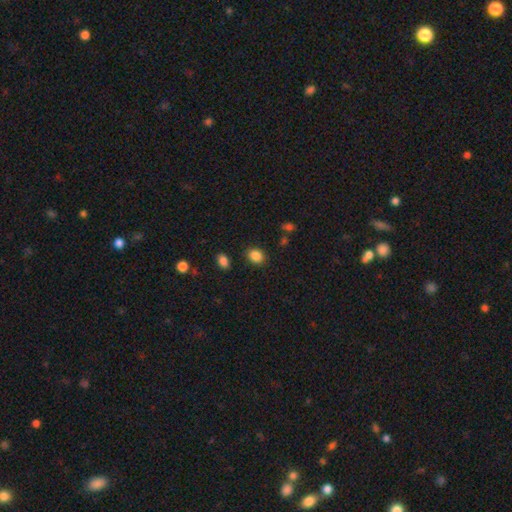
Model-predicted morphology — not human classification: A smooth galaxy with no disk features (86%) that is round (52%). Merging: none (85%).